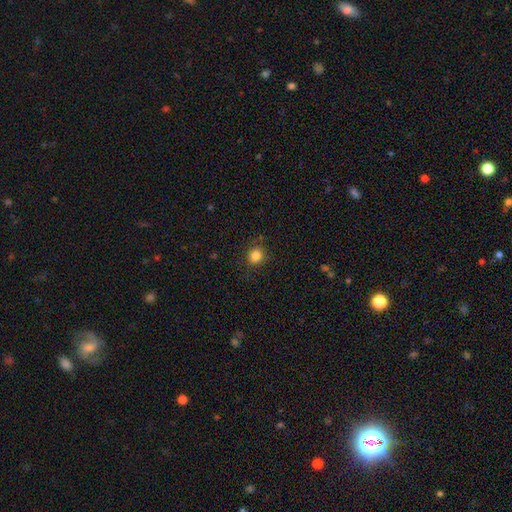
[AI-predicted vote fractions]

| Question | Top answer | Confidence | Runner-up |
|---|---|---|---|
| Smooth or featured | smooth | 84% | star or artifact (12%) |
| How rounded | round | 86% | in between (13%) |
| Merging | none | 87% | minor disturbance (9%) |